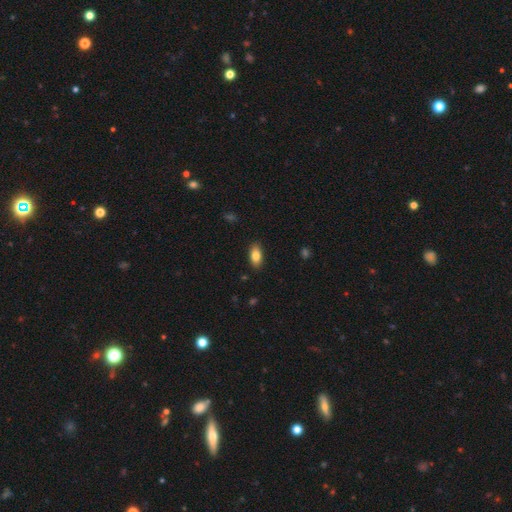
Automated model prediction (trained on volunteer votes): The model was most divided on "smooth or featured": smooth: 84%, featured or disk: 9%, star or artifact: 7%. More confident: how rounded — in between (90%); merging — none (88%).